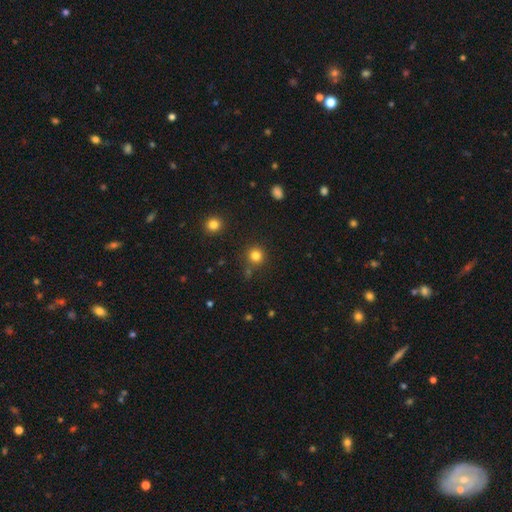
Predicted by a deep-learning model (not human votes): This is clearly a smooth galaxy (80%). How rounded: clearly round (93%). Merging: clearly none (82%).